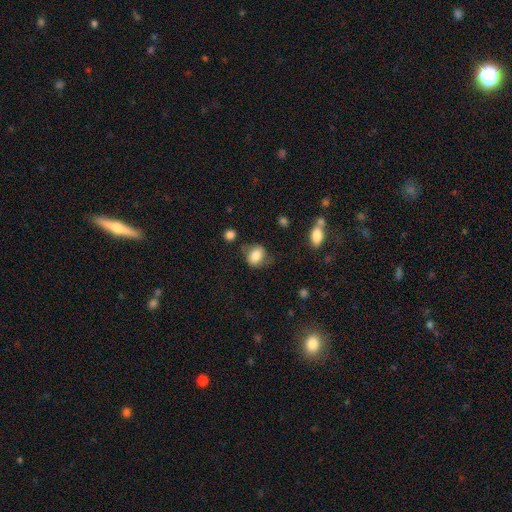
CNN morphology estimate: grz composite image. It shows a smooth galaxy with no disk features (80%) that is in between round and cigar-shaped (55%). Merging: none (61%).